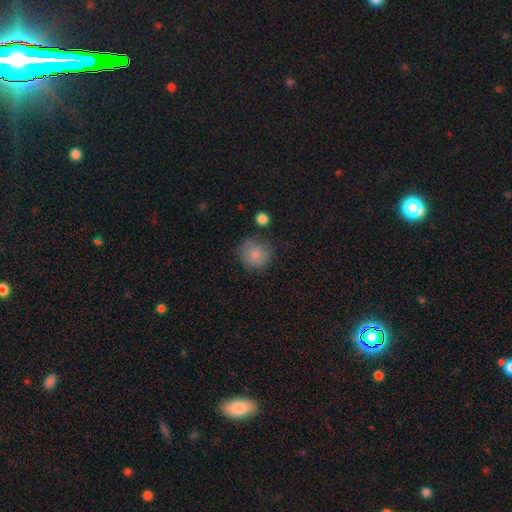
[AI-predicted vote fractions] smooth-or-featured: smooth: 83% | star or artifact: 9% | featured or disk: 8%
  how-rounded: round: 87% | in between: 12% | cigar-shaped: 1%
  merging: none: 70% | minor disturbance: 19% | major disturbance: 7% | merger: 4%